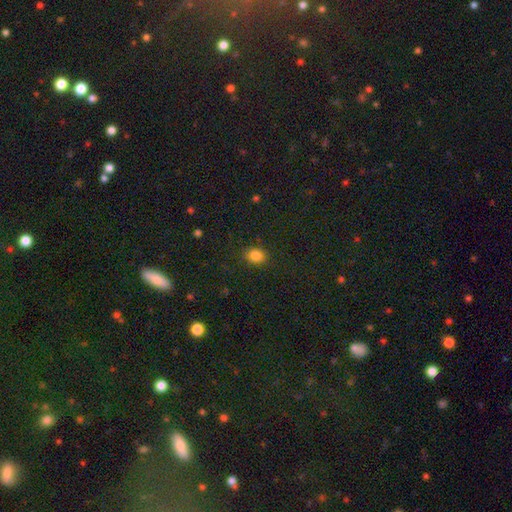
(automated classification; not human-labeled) Morphology: type=smooth (84%); roundness=round (61%); merging=none (85%).